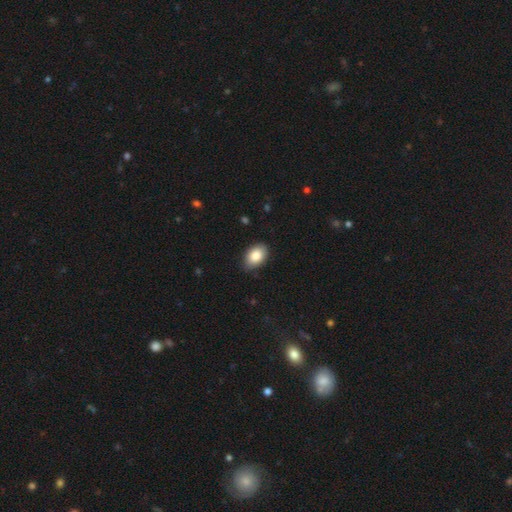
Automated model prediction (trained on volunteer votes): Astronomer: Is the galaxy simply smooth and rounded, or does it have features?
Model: smooth — 86%.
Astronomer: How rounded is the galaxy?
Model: in between — 89%.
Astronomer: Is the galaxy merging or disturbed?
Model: none — 82%.